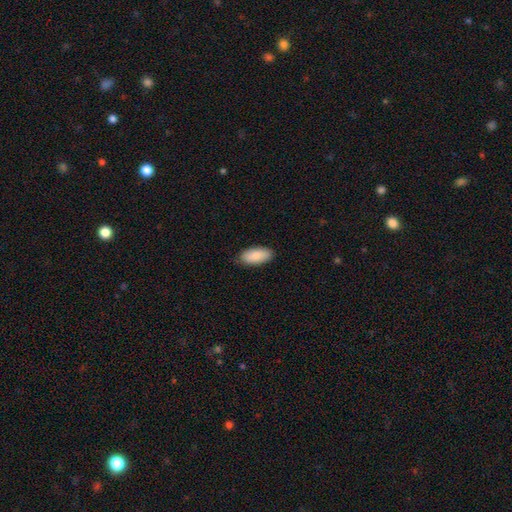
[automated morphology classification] Smooth or featured? smooth (86%)
How rounded? in between (91%)
Merging? none (86%)